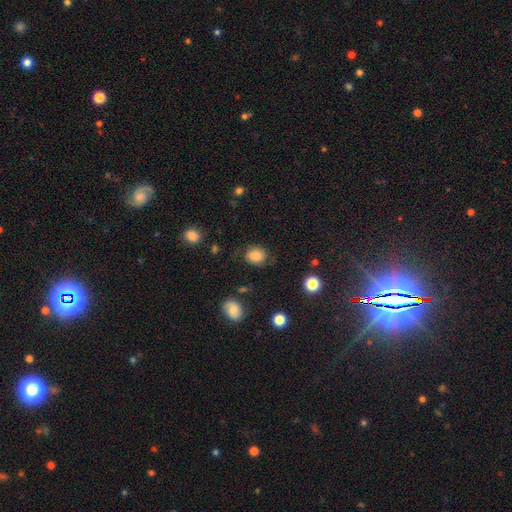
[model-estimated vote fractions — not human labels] Overall: smooth (82%). How rounded: round (59%; in between 40%). Merging: none (74%).